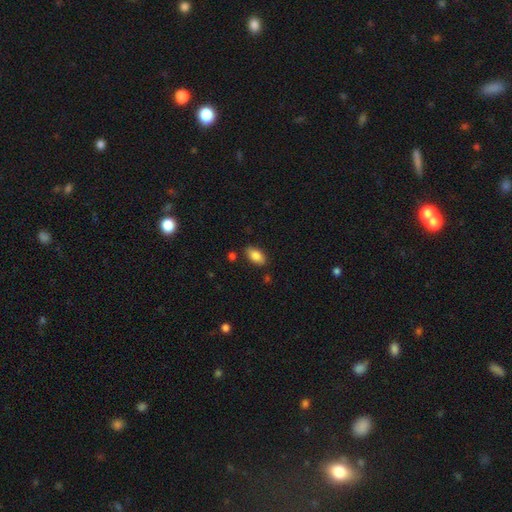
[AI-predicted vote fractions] Morphology: type=smooth (85%); roundness=in between (92%); merging=none (84%).